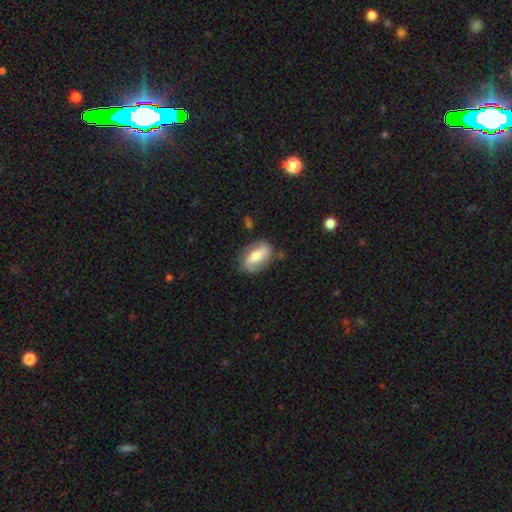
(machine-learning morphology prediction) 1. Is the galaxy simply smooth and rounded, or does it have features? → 48% featured or disk, 45% smooth, 6% star or artifact.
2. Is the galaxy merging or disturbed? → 73% none, 19% minor disturbance, 6% major disturbance, 2% merger.